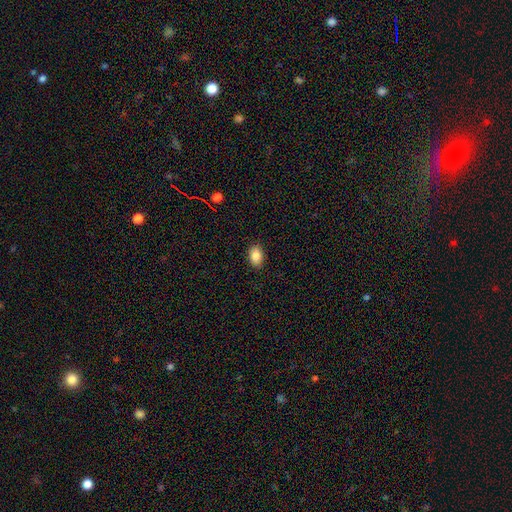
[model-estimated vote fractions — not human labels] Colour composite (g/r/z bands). It shows a smooth galaxy with no disk features (87%) that is in between round and cigar-shaped (85%). Merging: none (89%).